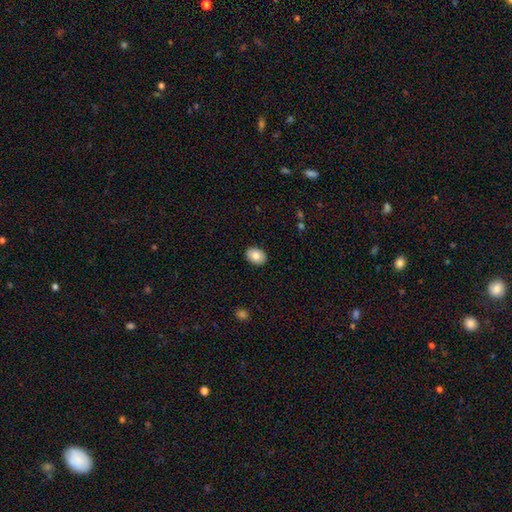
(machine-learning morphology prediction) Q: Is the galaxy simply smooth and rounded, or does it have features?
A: smooth — 81%.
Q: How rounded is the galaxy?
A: in between — 75%.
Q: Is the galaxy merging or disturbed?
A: none — 90%.